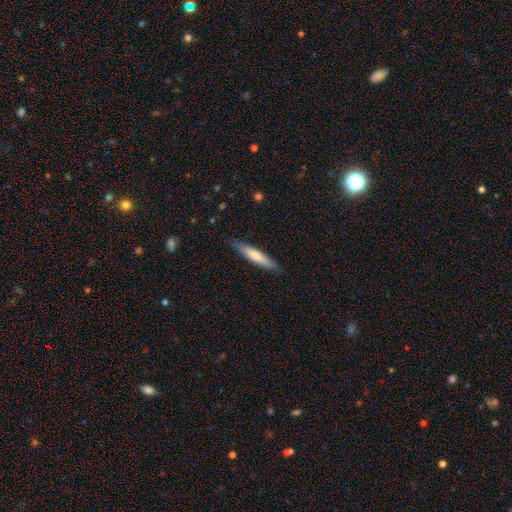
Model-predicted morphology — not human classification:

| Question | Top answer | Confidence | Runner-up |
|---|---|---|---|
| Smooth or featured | smooth | 69% | featured or disk (25%) |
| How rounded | cigar-shaped | 89% | in between (10%) |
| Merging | none | 86% | minor disturbance (11%) |